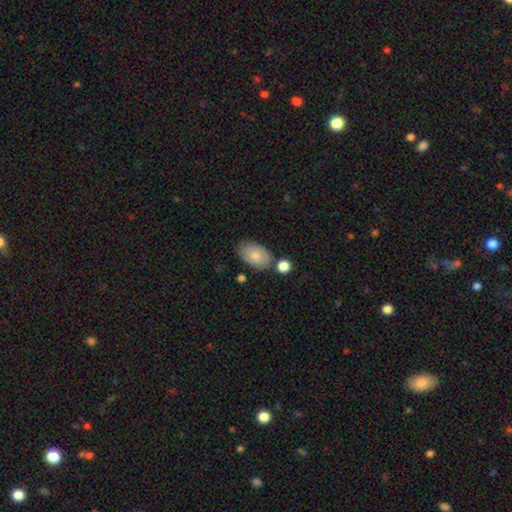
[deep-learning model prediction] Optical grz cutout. It shows a smooth galaxy with no disk features (76%) that is in between round and cigar-shaped (91%). Merging: none (69%).